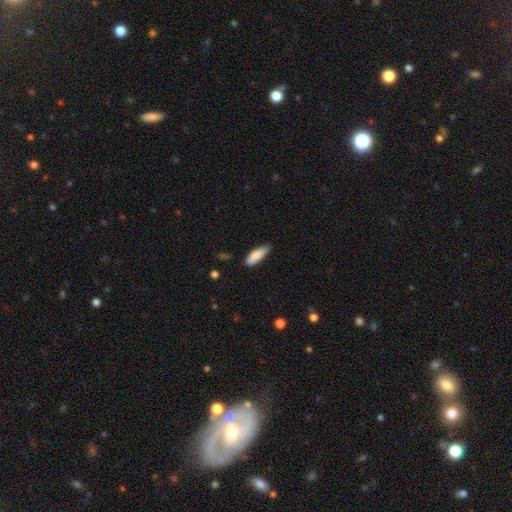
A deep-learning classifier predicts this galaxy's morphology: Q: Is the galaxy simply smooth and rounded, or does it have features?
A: smooth — 86%.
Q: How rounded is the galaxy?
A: in between — 56%.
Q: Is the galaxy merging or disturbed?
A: none — 73%.